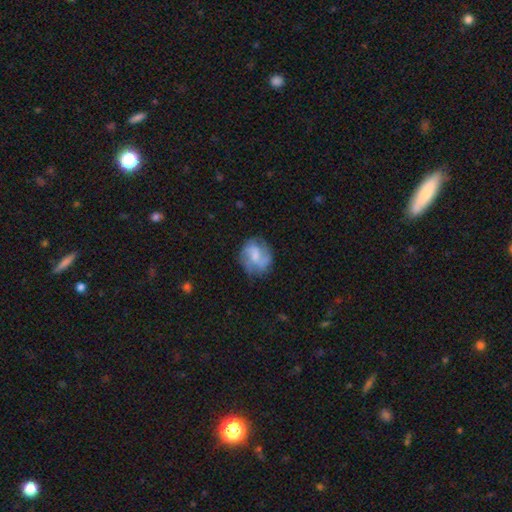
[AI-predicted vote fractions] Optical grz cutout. It shows a featured or disk galaxy (48%). Merging: none (62%).